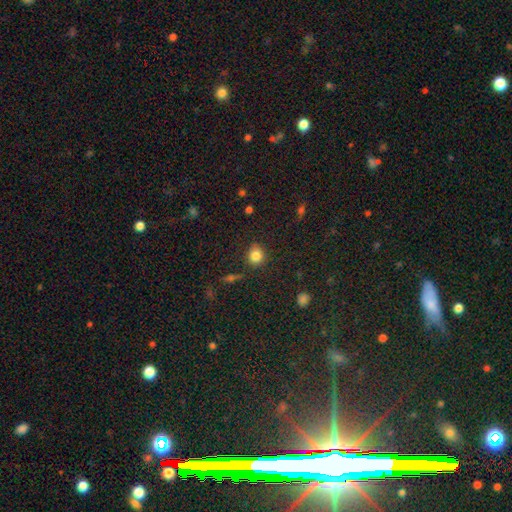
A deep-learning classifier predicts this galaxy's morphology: A smooth galaxy with no disk features (83%) that is round (77%). Merging: none (84%).